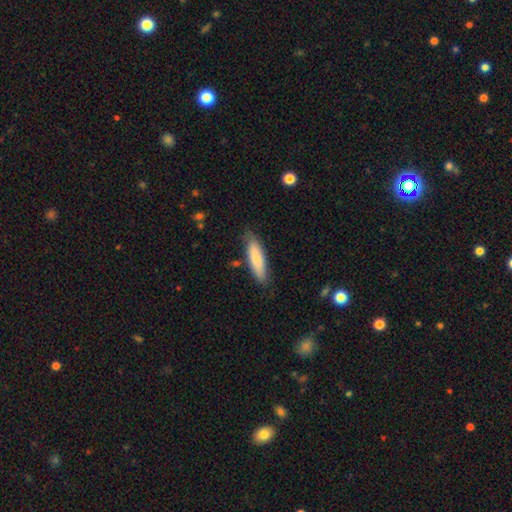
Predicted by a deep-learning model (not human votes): Q: Smooth or featured?
A: smooth (78%); runner-up: featured or disk (16%)
Q: How rounded?
A: cigar-shaped (69%); runner-up: in between (30%)
Q: Merging?
A: none (83%); runner-up: minor disturbance (13%)